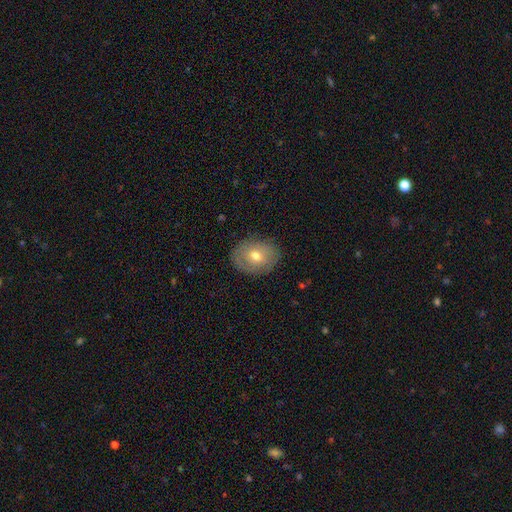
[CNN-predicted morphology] A smooth galaxy with no disk features (58%) that is round (54%). Merging: none (82%).